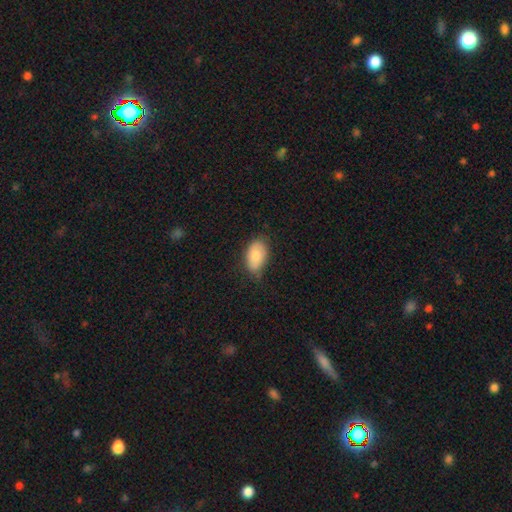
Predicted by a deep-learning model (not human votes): Morphology: type=smooth (78%); roundness=in between (92%); merging=none (68%).